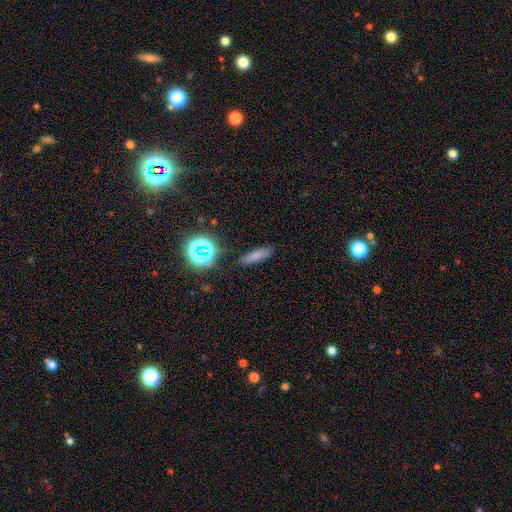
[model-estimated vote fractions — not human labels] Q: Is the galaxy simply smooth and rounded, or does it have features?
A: smooth — 73%.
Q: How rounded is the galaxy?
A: cigar-shaped — 55%.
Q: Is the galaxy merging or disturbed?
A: none — 82%.